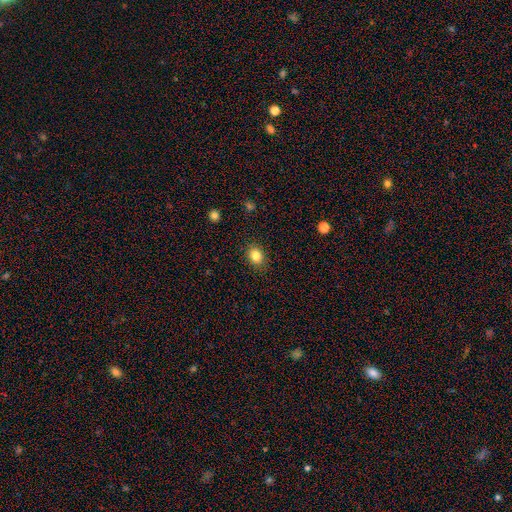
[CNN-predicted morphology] This appears to be a smooth galaxy with no disk features (83%) that is in between round and cigar-shaped (51%). Merging: none (88%).